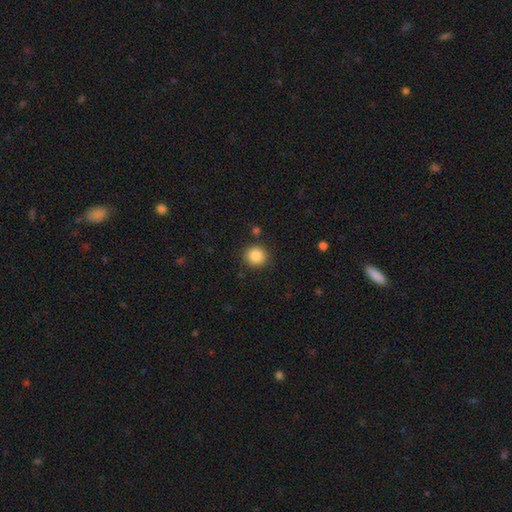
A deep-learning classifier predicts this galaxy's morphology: type=smooth (86%); roundness=round (92%); merging=none (88%).